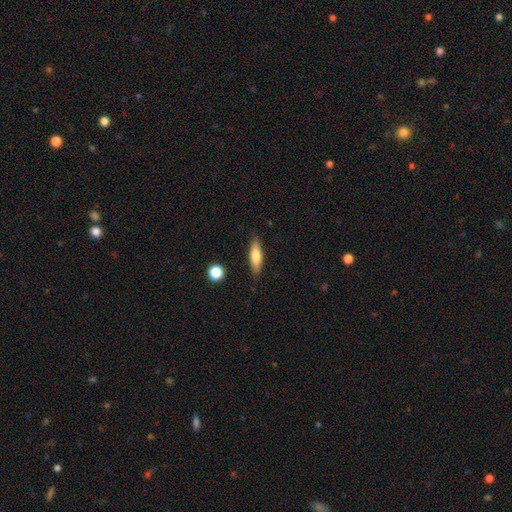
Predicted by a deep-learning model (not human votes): Smooth or featured? smooth (69%)
How rounded? cigar-shaped (59%)
Merging? none (84%)